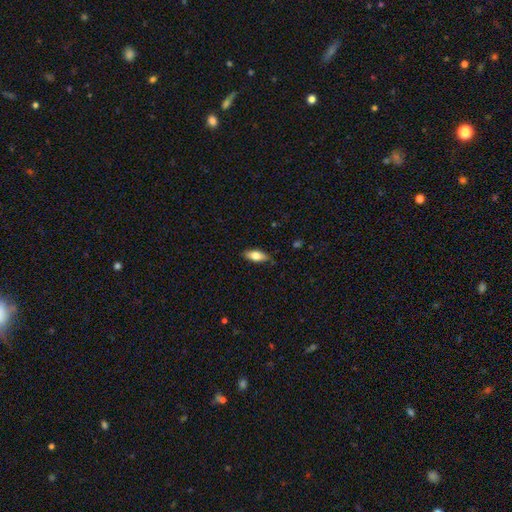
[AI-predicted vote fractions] A smooth galaxy with no disk features (72%) that is in between round and cigar-shaped (78%). Merging: none (80%).